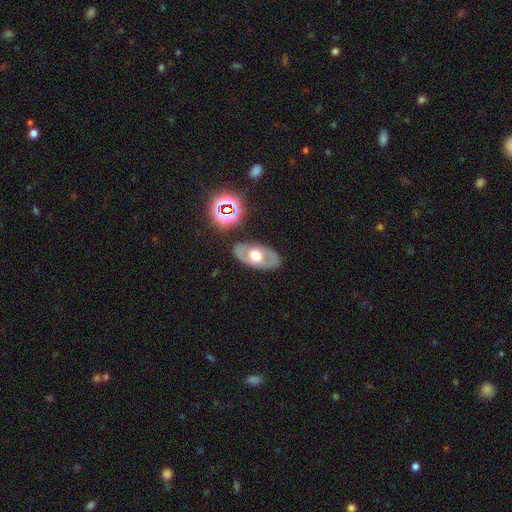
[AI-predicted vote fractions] smooth-or-featured: featured or disk: 55% | smooth: 37% | star or artifact: 8%
  disk-edge-on: no: 85% | yes: 15%
  merging: none: 82% | minor disturbance: 11% | major disturbance: 4% | merger: 3%